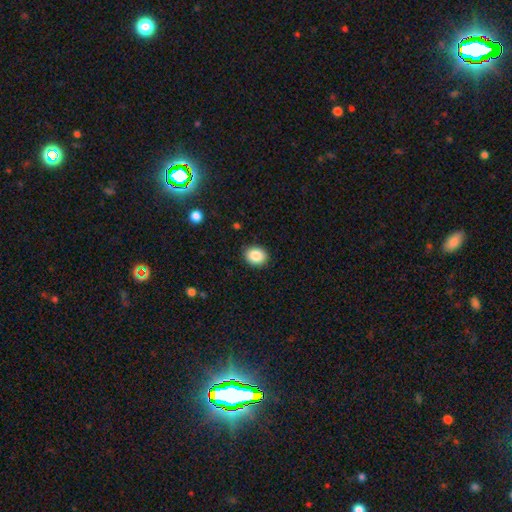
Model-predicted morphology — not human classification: Smooth or featured? Predicted: smooth (p=0.87). How rounded? Predicted: round (p=0.55). Merging? Predicted: none (p=0.90).